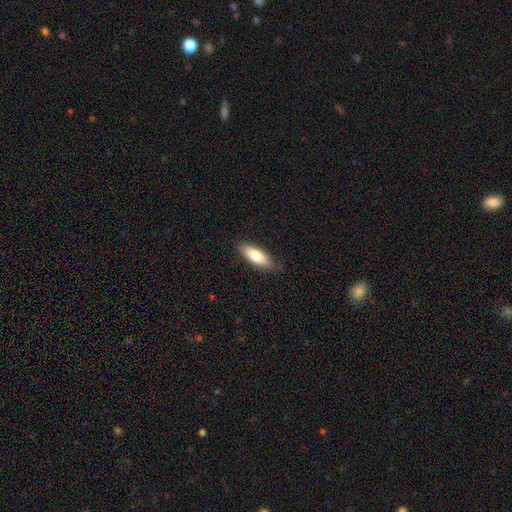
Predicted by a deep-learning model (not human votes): Smooth or featured? Predicted: smooth (p=0.78). How rounded? Predicted: in between (p=0.60). Merging? Predicted: none (p=0.82).